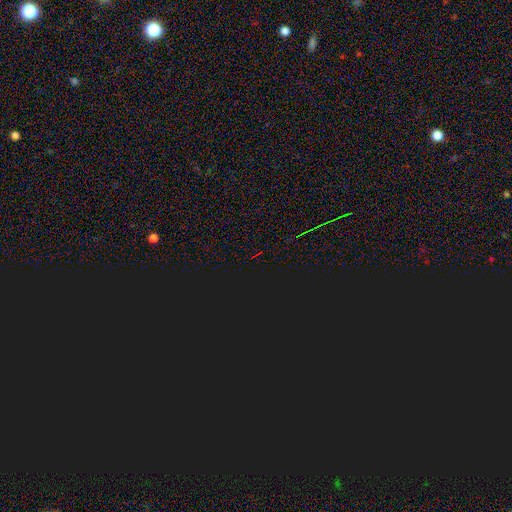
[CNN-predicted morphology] This is clearly a star or artifact rather than a galaxy (82%).